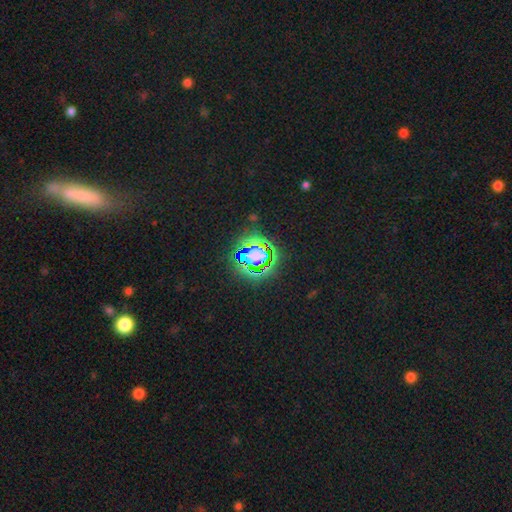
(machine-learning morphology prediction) smooth_or_featured: star or artifact (p=0.67) [alt: smooth p=0.21]